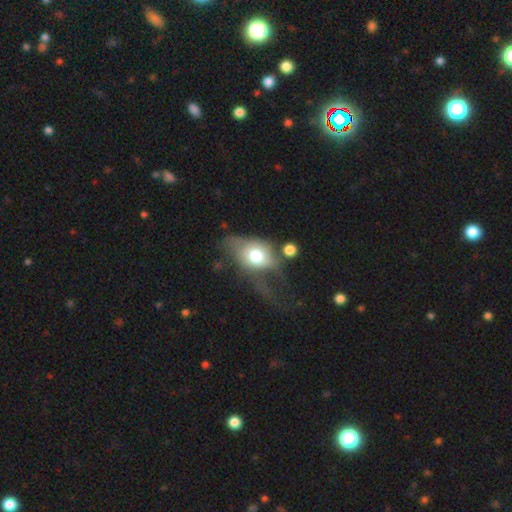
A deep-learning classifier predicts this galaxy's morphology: type=smooth (60%); roundness=in between (66%); merging=major disturbance (46%).